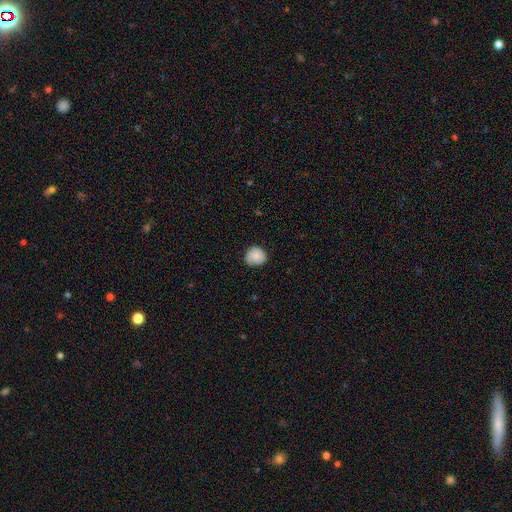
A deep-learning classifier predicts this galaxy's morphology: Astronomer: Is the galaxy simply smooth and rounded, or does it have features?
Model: smooth — 83%.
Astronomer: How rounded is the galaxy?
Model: round — 85%.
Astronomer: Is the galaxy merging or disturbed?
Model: none — 73%.